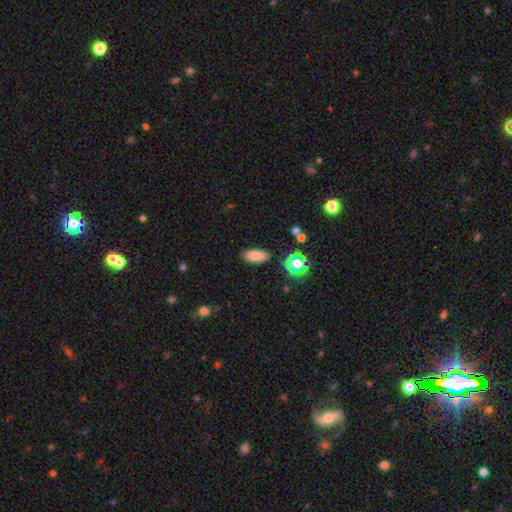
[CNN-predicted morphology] Smooth or featured: smooth — 80% (star or artifact — 14%)
How rounded: in between — 80% (cigar-shaped — 16%)
Merging: none — 87% (minor disturbance — 9%)